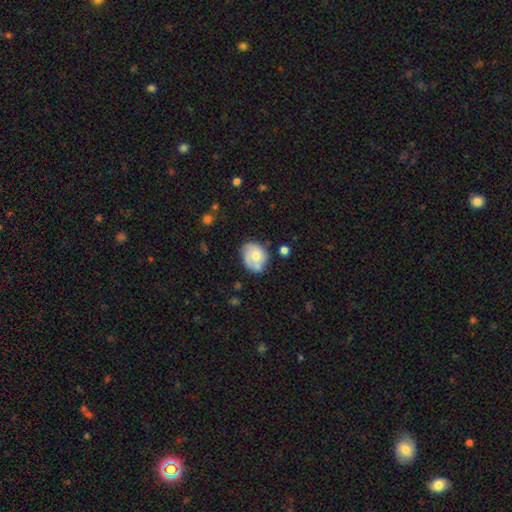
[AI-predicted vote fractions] Smooth or featured? smooth (50%)
Merging? none (53%)